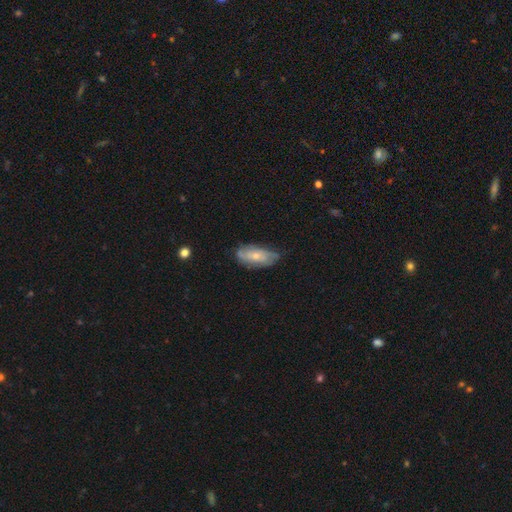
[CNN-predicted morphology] Overall: featured or disk (49%; smooth 44%). Merging: none (64%; minor disturbance 28%).